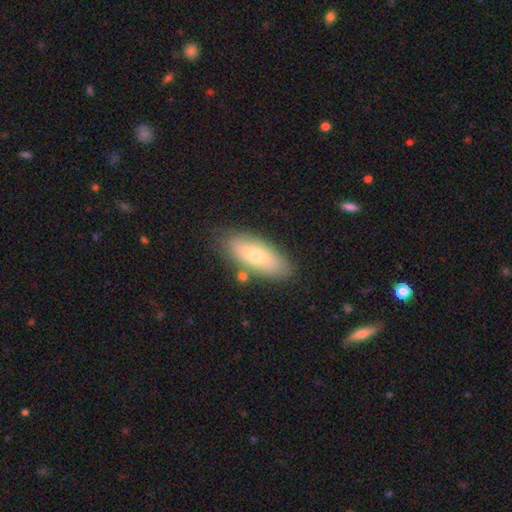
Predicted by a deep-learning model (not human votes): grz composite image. It shows a smooth galaxy with no disk features (65%) that is in between round and cigar-shaped (78%). Merging: none (81%).